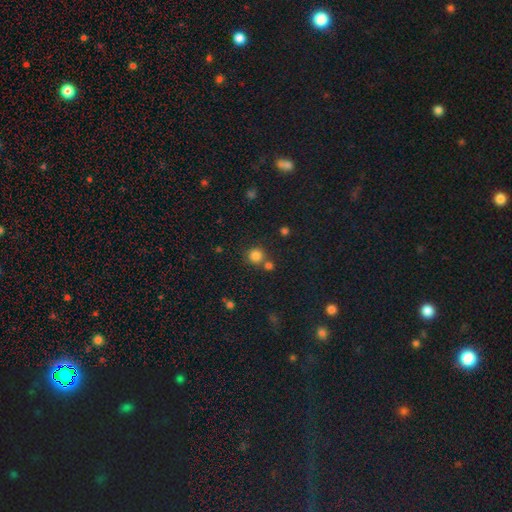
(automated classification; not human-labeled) Morphology: type=smooth (80%); roundness=round (91%); merging=none (67%).